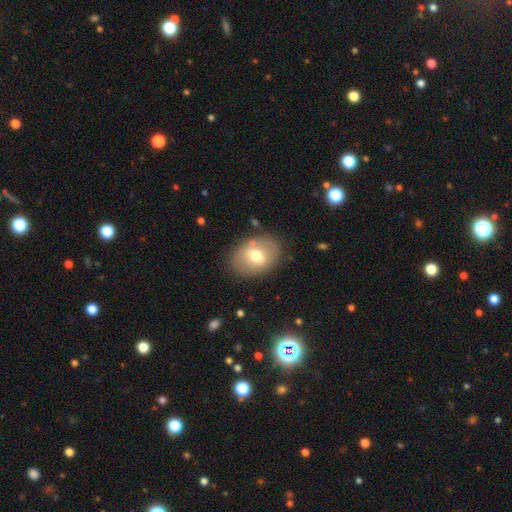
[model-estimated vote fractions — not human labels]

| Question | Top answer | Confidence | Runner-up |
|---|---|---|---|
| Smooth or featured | smooth | 61% | featured or disk (31%) |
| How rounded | in between | 66% | round (33%) |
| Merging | none | 82% | minor disturbance (12%) |